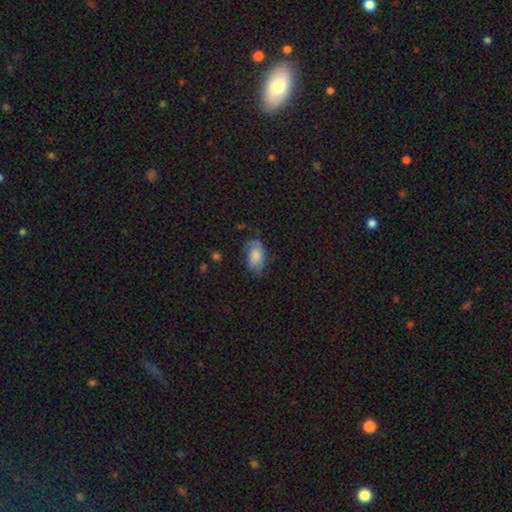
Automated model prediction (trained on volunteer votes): Q: Smooth or featured?
A: smooth (67%); runner-up: featured or disk (25%)
Q: How rounded?
A: in between (91%); runner-up: round (7%)
Q: Merging?
A: none (53%); runner-up: minor disturbance (30%)